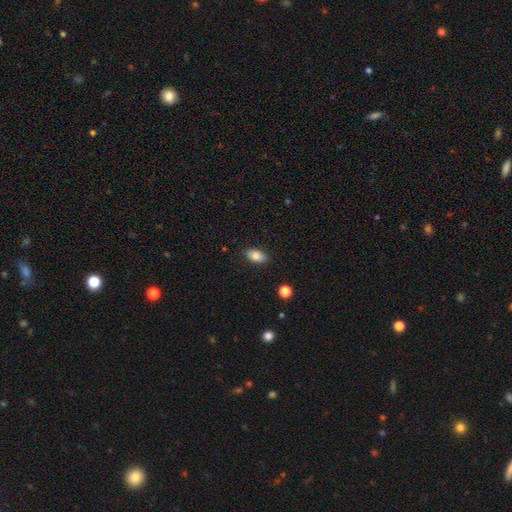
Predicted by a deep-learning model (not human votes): Q: Smooth or featured?
A: smooth (82%); runner-up: featured or disk (10%)
Q: How rounded?
A: in between (91%); runner-up: round (6%)
Q: Merging?
A: none (88%); runner-up: minor disturbance (9%)